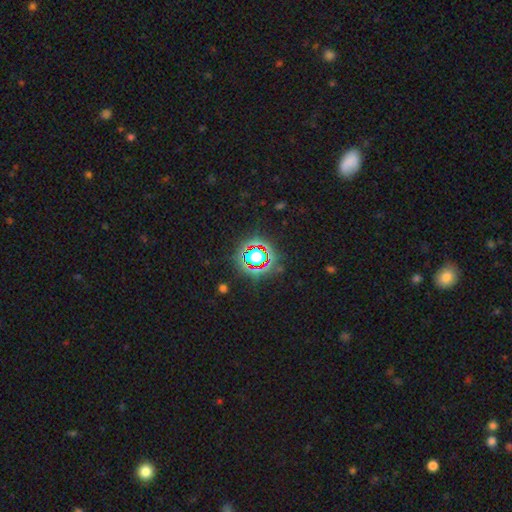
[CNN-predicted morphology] Q: Smooth or featured?
A: star or artifact (76%); runner-up: smooth (15%)